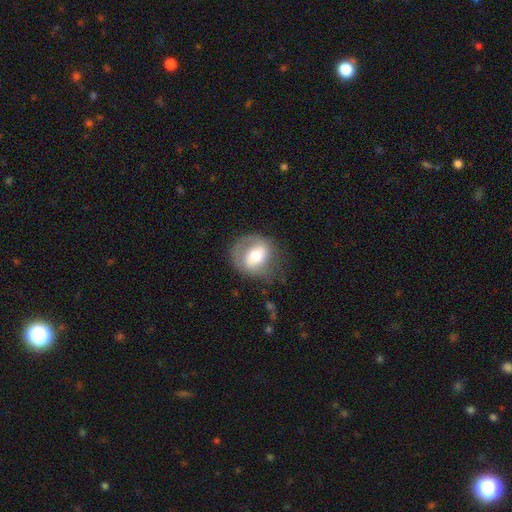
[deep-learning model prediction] Smooth or featured?
  - featured or disk: 48% *
  - smooth: 45%
  - star or artifact: 7%
Merging?
  - none: 60% *
  - minor disturbance: 23%
  - major disturbance: 16%
  - merger: 2%